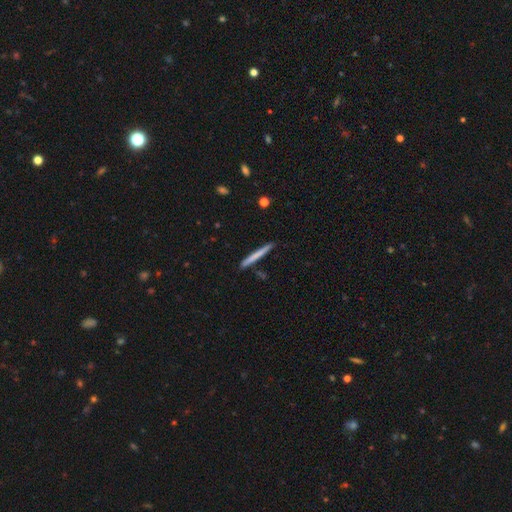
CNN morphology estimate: Smooth or featured? smooth (66%)
How rounded? cigar-shaped (97%)
Merging? none (89%)